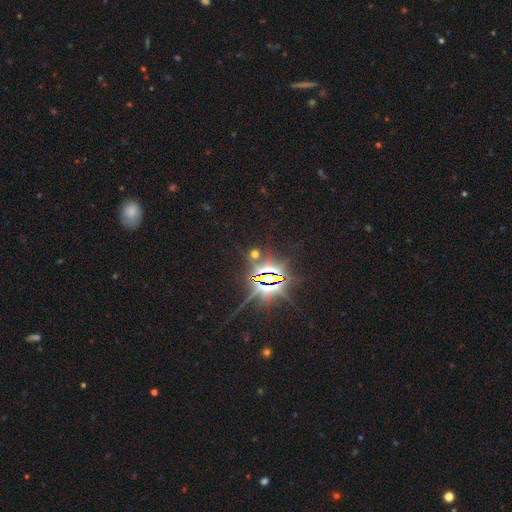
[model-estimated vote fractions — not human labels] smooth-or-featured: star or artifact: 83% | featured or disk: 9% | smooth: 7%